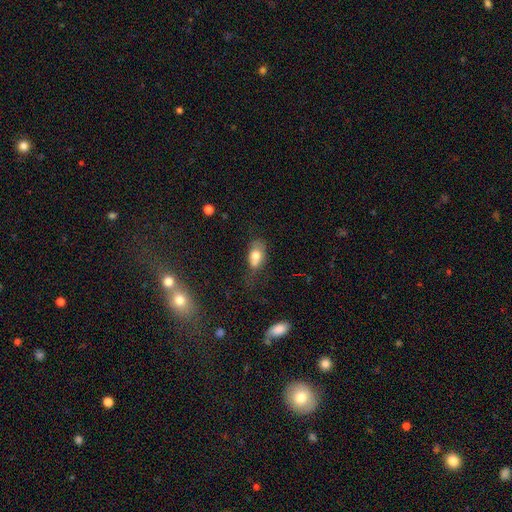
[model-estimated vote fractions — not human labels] Smooth or featured? Predicted: smooth (p=0.74). How rounded? Predicted: in between (p=0.87). Merging? Predicted: none (p=0.42).